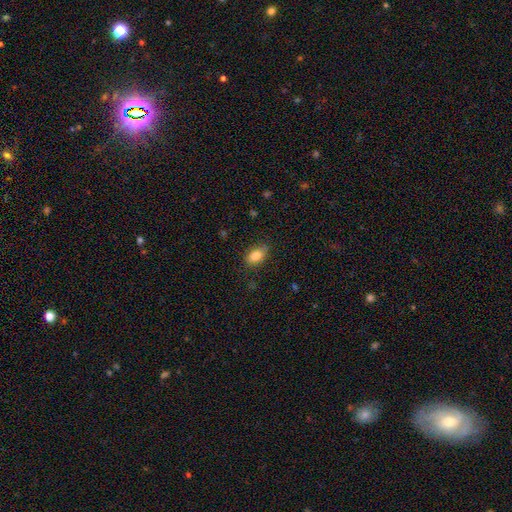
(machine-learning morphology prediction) smooth-or-featured: smooth: 85% | star or artifact: 8% | featured or disk: 7%
  how-rounded: in between: 85% | round: 13% | cigar-shaped: 2%
  merging: none: 79% | minor disturbance: 16% | major disturbance: 3% | merger: 1%